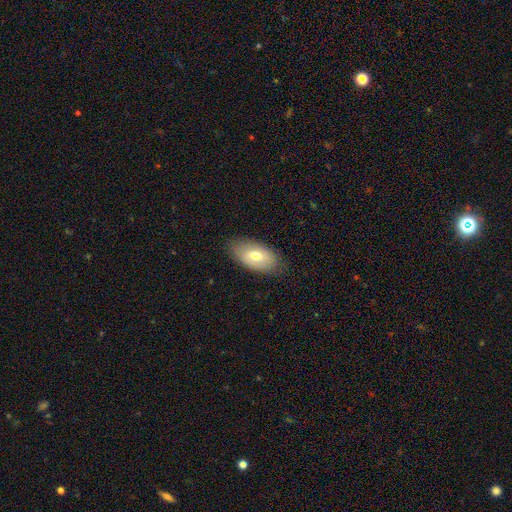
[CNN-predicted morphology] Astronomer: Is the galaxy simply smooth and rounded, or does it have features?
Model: smooth — 67%.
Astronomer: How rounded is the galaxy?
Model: in between — 93%.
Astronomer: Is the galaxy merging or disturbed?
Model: none — 81%.